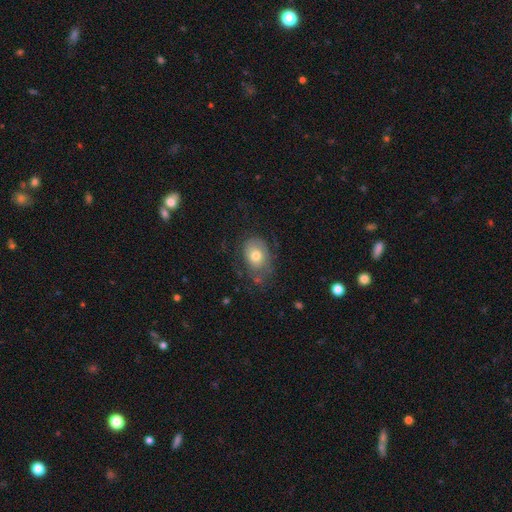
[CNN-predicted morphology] Smooth or featured? Predicted: smooth (p=0.63). How rounded? Predicted: in between (p=0.74). Merging? Predicted: none (p=0.52).